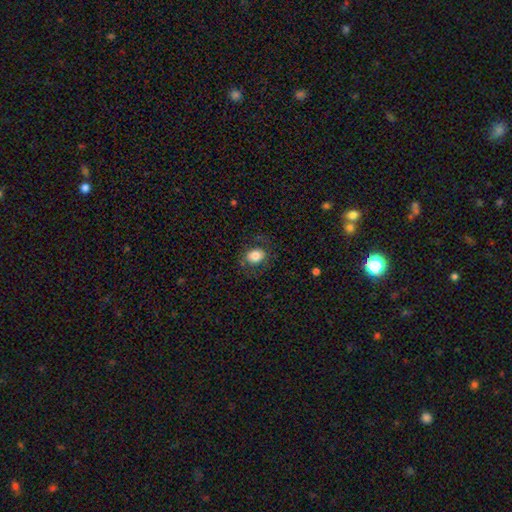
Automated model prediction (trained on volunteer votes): A smooth galaxy with no disk features (78%) that is in between round and cigar-shaped (63%). Merging: none (78%).